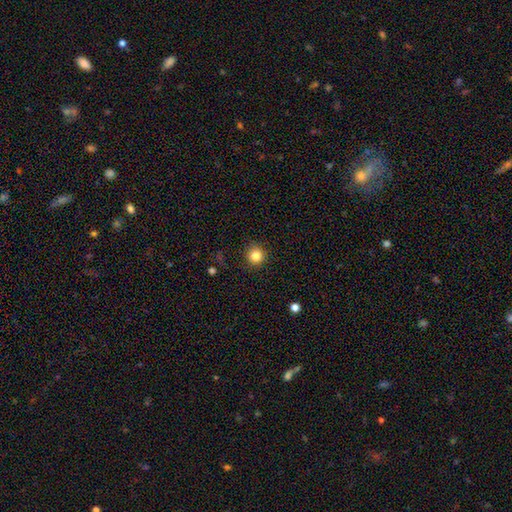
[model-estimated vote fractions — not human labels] Morphology: type=smooth (84%); roundness=round (94%); merging=none (89%).